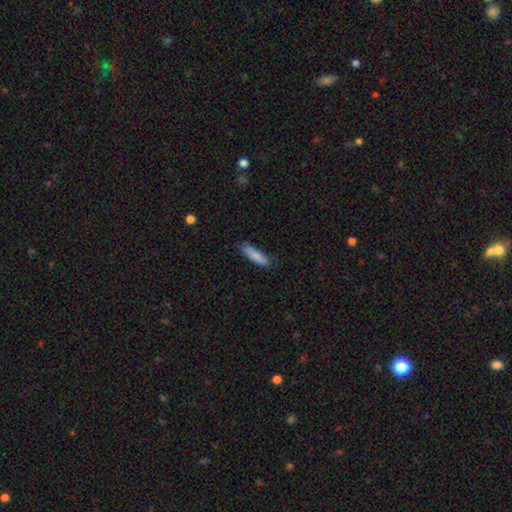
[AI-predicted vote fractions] Smooth or featured?
  - smooth: 85% *
  - featured or disk: 9%
  - star or artifact: 6%
How rounded?
  - cigar-shaped: 65% *
  - in between: 34%
  - round: 1%
Merging?
  - none: 75% *
  - minor disturbance: 20%
  - major disturbance: 3%
  - merger: 1%